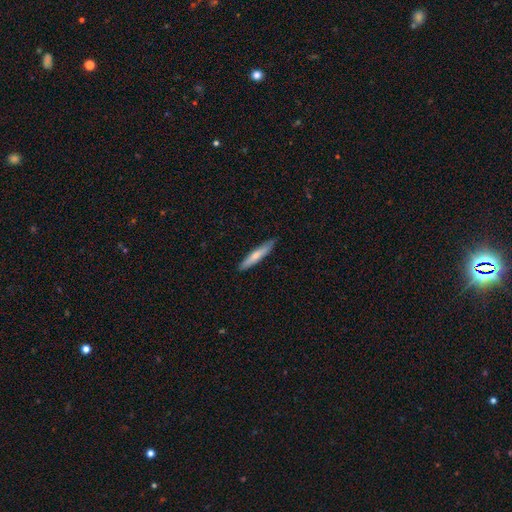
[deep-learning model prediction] Smooth or featured? Predicted: smooth (p=0.67). How rounded? Predicted: cigar-shaped (p=0.91). Merging? Predicted: none (p=0.86).